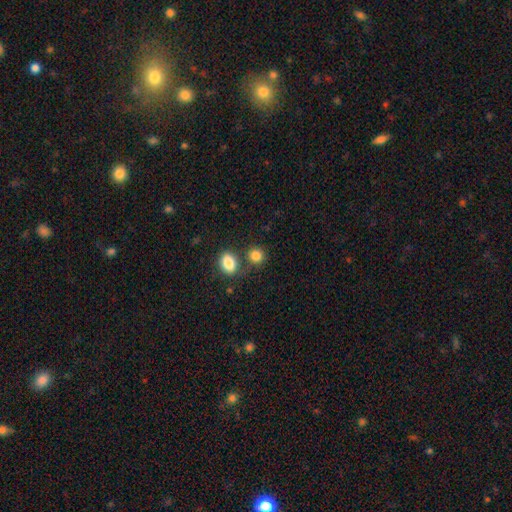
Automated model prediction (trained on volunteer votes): Q: Smooth or featured?
A: smooth (84%); runner-up: star or artifact (10%)
Q: How rounded?
A: round (75%); runner-up: in between (24%)
Q: Merging?
A: none (64%); runner-up: merger (22%)